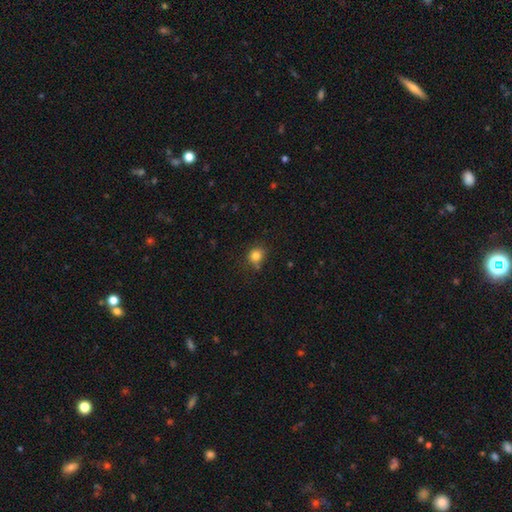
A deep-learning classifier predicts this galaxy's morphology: Smooth or featured? smooth (82%)
How rounded? round (79%)
Merging? none (75%)